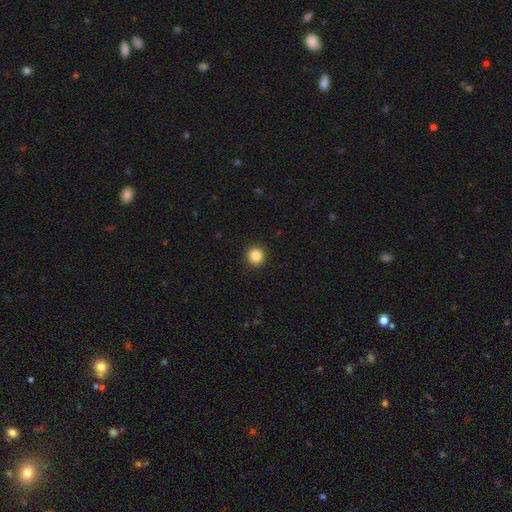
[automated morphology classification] Overall: smooth (86%). How rounded: round (93%). Merging: none (92%).